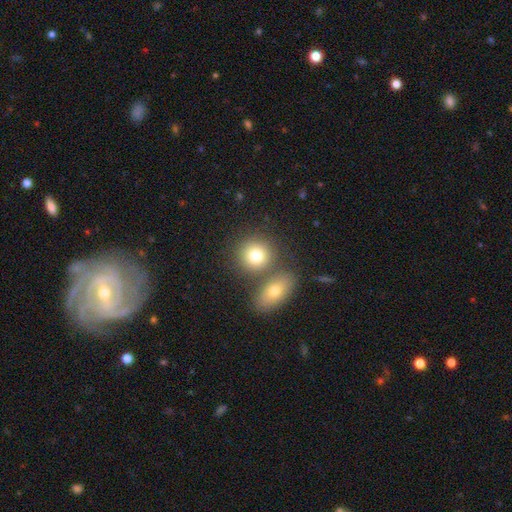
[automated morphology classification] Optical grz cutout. It shows a smooth galaxy with no disk features (79%) that is round (81%). Merging: none (61%).